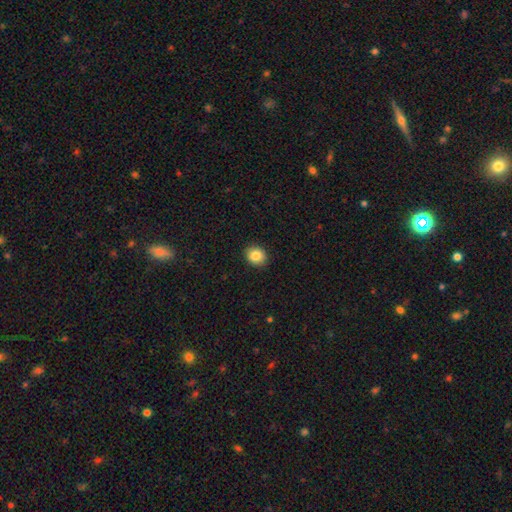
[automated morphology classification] A smooth galaxy with no disk features (85%) that is round (68%). Merging: none (91%).